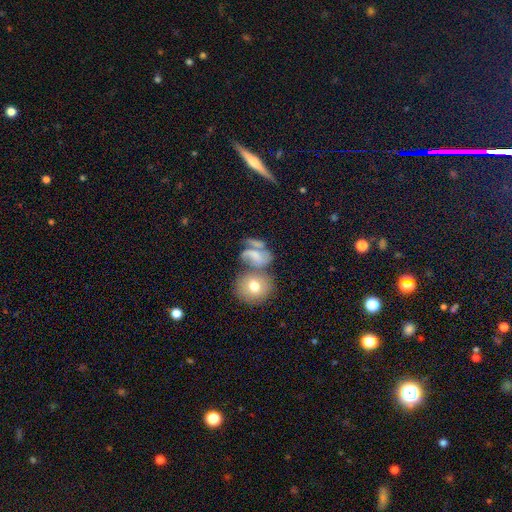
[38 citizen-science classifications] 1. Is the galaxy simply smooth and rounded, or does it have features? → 55% smooth, 37% featured or disk, 8% star or artifact.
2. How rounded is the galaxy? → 81% in between, 19% round, 0% cigar-shaped.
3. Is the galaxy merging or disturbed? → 51% merger, 23% none, 14% major disturbance, 11% minor disturbance.